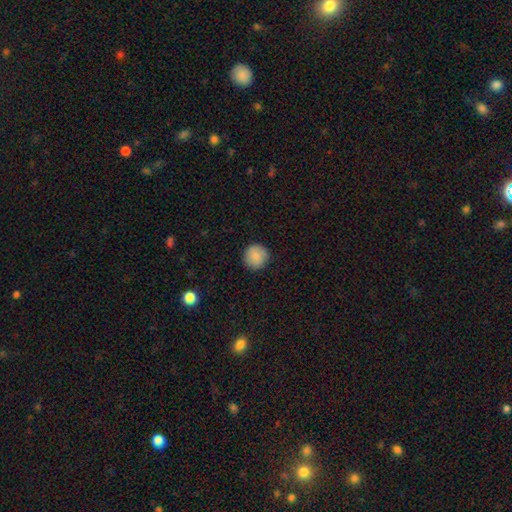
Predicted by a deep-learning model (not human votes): Overall: smooth (87%). How rounded: round (95%). Merging: none (89%).